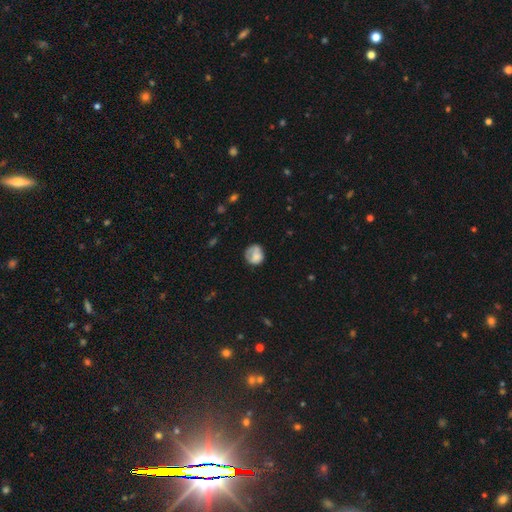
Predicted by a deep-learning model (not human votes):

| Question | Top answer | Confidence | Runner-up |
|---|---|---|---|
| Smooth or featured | smooth | 70% | featured or disk (21%) |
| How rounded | round | 74% | in between (25%) |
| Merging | none | 50% | minor disturbance (30%) |